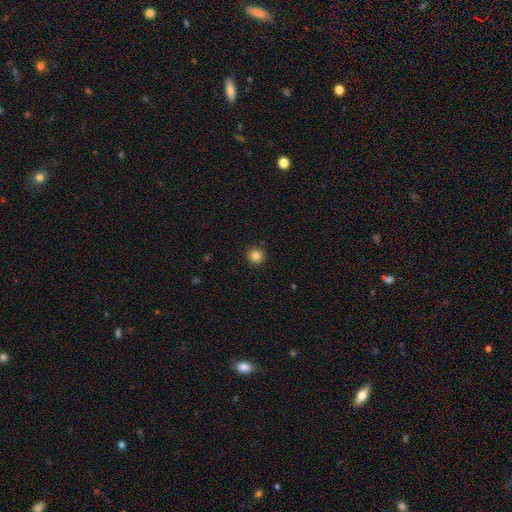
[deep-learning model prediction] Q: Smooth or featured?
A: smooth (84%); runner-up: star or artifact (11%)
Q: How rounded?
A: round (94%); runner-up: in between (5%)
Q: Merging?
A: none (92%); runner-up: minor disturbance (5%)